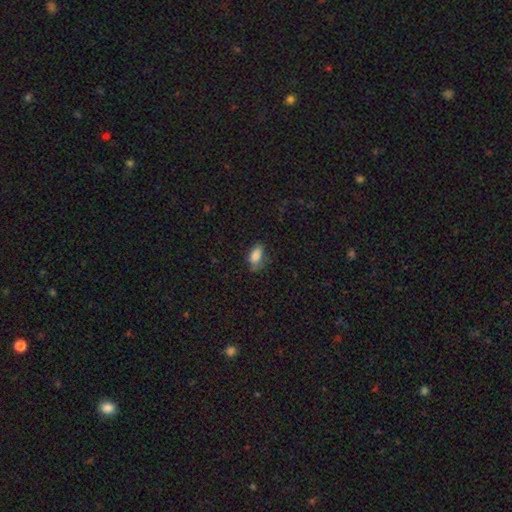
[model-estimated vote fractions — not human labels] The model was most divided on "merging": none: 61%, minor disturbance: 28%, major disturbance: 9%, merger: 2%. More confident: how rounded — in between (89%); smooth or featured — smooth (84%).